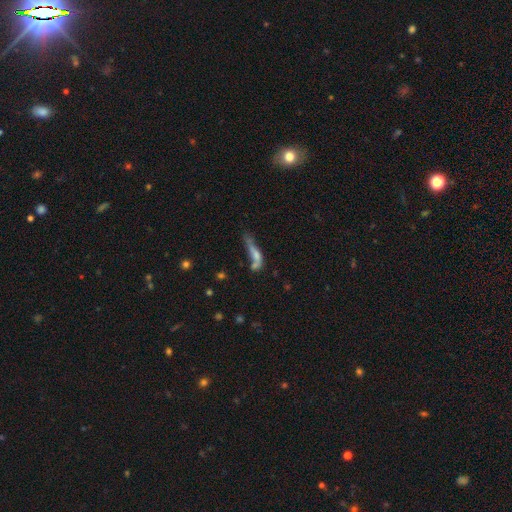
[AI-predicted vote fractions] smooth_or_featured: smooth (p=0.54) [alt: featured or disk p=0.35]
how_rounded: cigar-shaped (p=0.68) [alt: in between p=0.29]
merging: merger (p=0.29) [alt: major disturbance p=0.27]